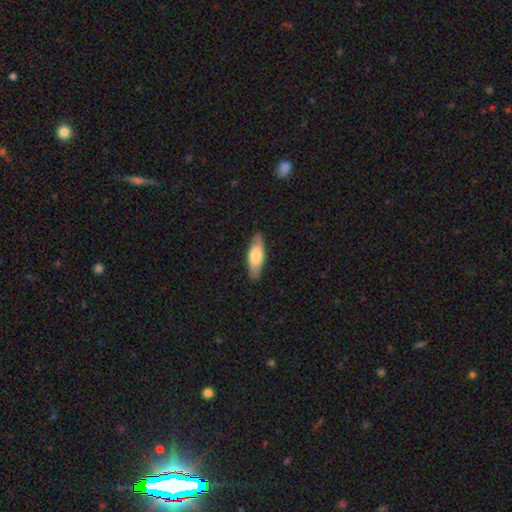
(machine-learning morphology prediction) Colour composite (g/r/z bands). It shows a smooth galaxy with no disk features (65%) that is in between round and cigar-shaped (68%). Merging: none (85%).